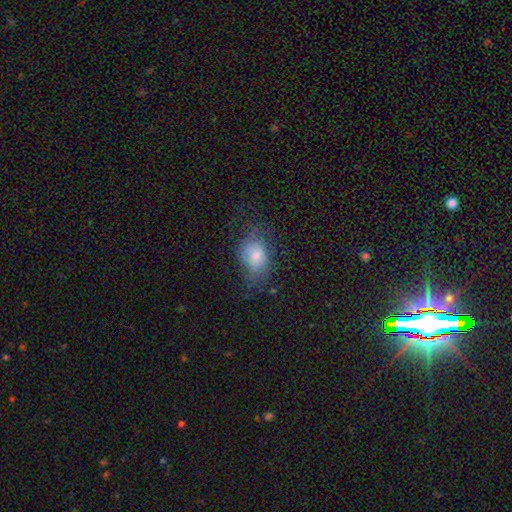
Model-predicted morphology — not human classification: A smooth galaxy with no disk features (64%) that is in between round and cigar-shaped (71%).

Vote fractions:
- Smooth or featured? smooth: 64% / featured or disk: 25% / star or artifact: 11%
- How rounded? in between: 71% / round: 27% / cigar-shaped: 1%
- Merging? none: 44% / minor disturbance: 28% / major disturbance: 26% / merger: 2%